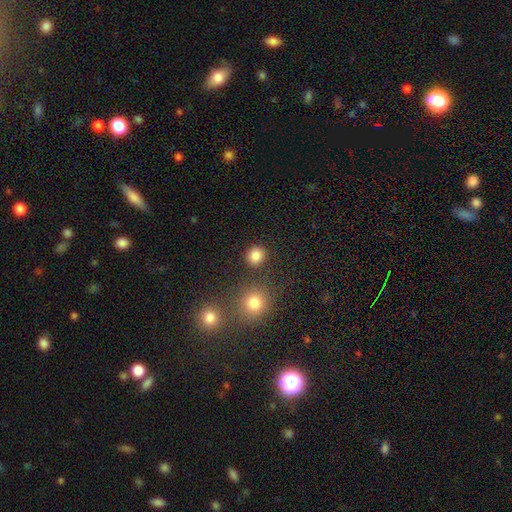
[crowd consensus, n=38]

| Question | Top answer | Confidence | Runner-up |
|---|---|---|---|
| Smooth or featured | smooth | 87% | star or artifact (8%) |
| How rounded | round | 82% | in between (18%) |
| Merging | none | 74% | merger (11%) |